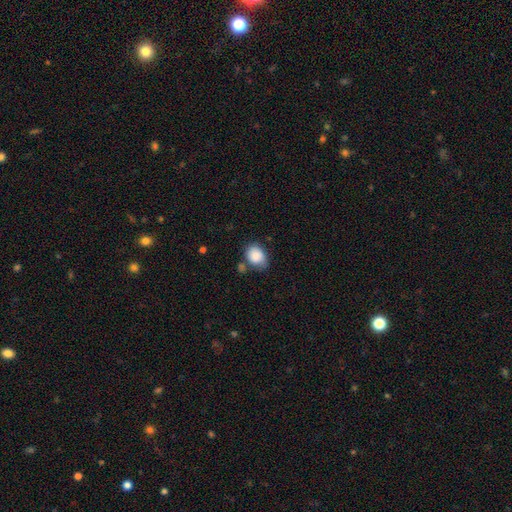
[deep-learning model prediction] smooth 87%, star or artifact 8%, featured or disk 6%. Down the decision tree: how rounded — in between (60%); merging — none (57%).